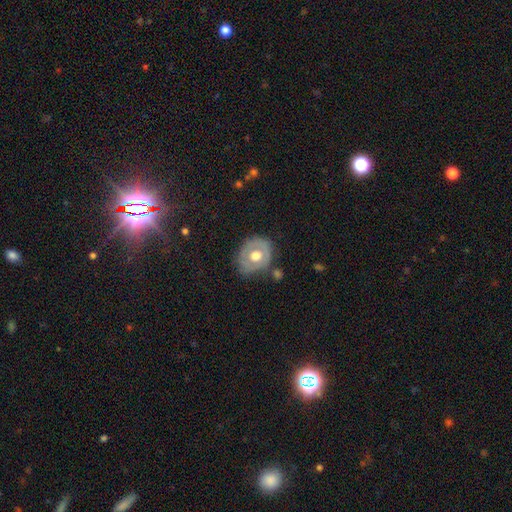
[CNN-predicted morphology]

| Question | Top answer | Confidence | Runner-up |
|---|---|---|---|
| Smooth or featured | featured or disk | 50% | smooth (44%) |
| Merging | none | 67% | minor disturbance (22%) |